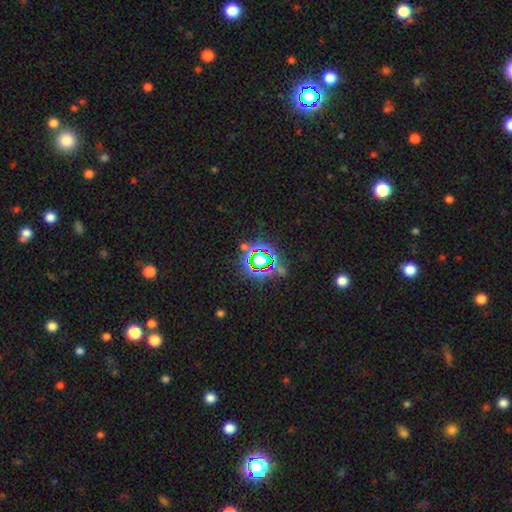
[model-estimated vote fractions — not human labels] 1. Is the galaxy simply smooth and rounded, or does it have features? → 78% star or artifact, 14% smooth, 9% featured or disk.